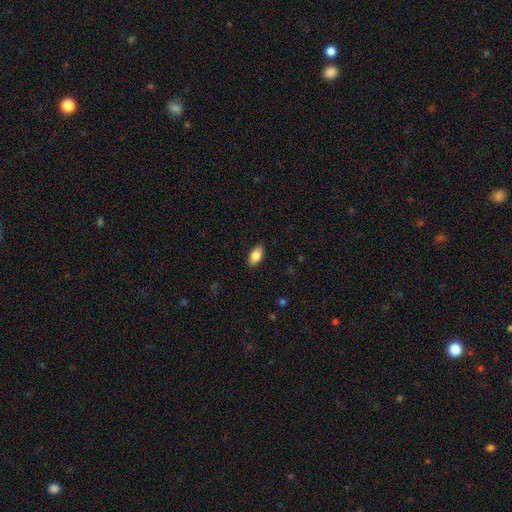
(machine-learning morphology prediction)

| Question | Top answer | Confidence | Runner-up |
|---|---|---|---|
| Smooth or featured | smooth | 85% | featured or disk (8%) |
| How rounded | in between | 93% | round (4%) |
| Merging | none | 87% | minor disturbance (10%) |